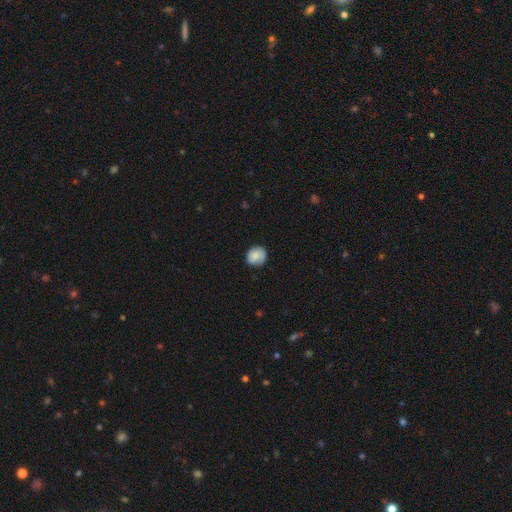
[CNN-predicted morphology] Smooth or featured? smooth (77%)
How rounded? round (76%)
Merging? none (70%)